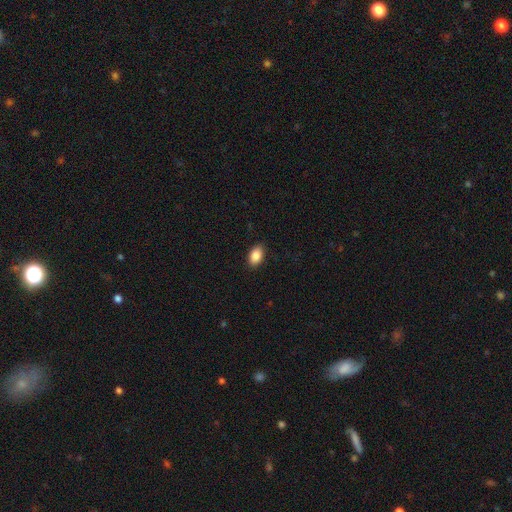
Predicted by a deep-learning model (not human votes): Smooth or featured? smooth (88%)
How rounded? in between (89%)
Merging? none (88%)